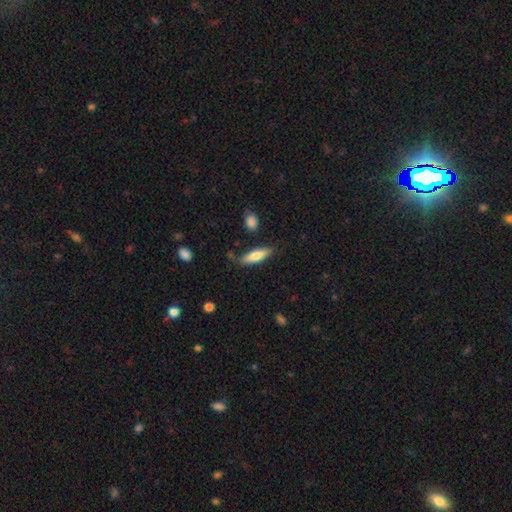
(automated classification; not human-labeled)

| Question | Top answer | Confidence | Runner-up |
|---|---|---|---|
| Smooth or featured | smooth | 75% | featured or disk (19%) |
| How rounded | cigar-shaped | 57% | in between (41%) |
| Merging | none | 80% | minor disturbance (14%) |